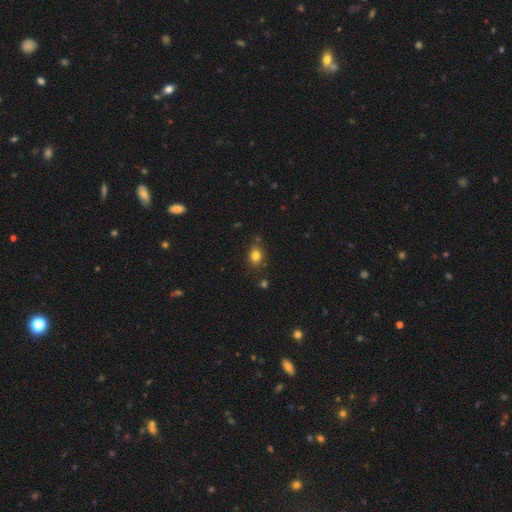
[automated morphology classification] Smooth or featured: smooth — 81% (star or artifact — 12%)
How rounded: in between — 51% (round — 48%)
Merging: none — 79% (minor disturbance — 14%)